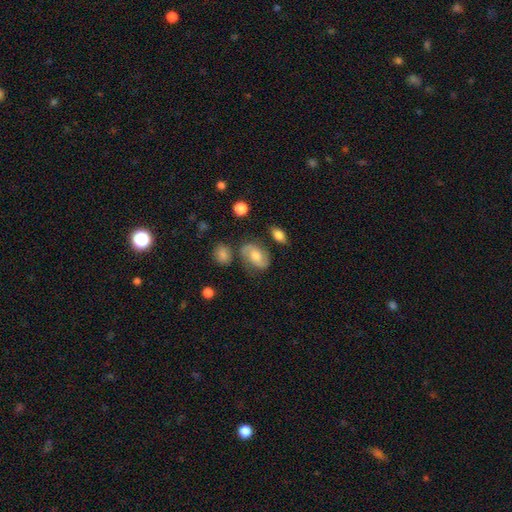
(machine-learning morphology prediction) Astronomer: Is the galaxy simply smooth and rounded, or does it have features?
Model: featured or disk — 55% (runner-up: smooth, 35%).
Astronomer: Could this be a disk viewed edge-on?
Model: no — 96%.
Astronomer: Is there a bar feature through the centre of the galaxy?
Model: no — 58% (runner-up: weak, 33%).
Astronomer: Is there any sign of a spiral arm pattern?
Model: yes — 86%.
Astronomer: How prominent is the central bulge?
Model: moderate — 63%.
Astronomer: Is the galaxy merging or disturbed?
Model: none — 67%.